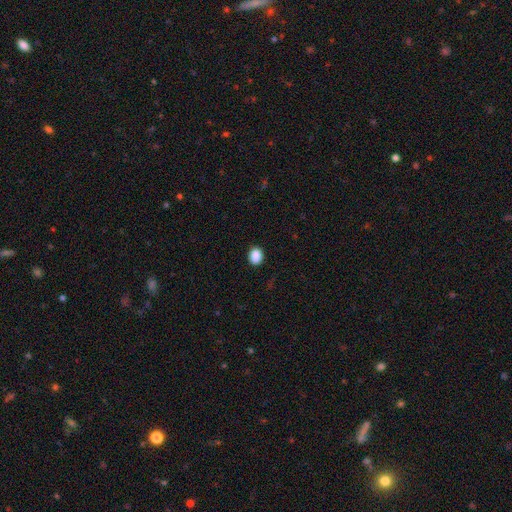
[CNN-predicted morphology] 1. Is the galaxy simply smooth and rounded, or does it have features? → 89% smooth, 8% star or artifact, 3% featured or disk.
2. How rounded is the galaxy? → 55% in between, 44% round, 1% cigar-shaped.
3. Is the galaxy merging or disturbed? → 89% none, 8% minor disturbance, 2% major disturbance, 1% merger.